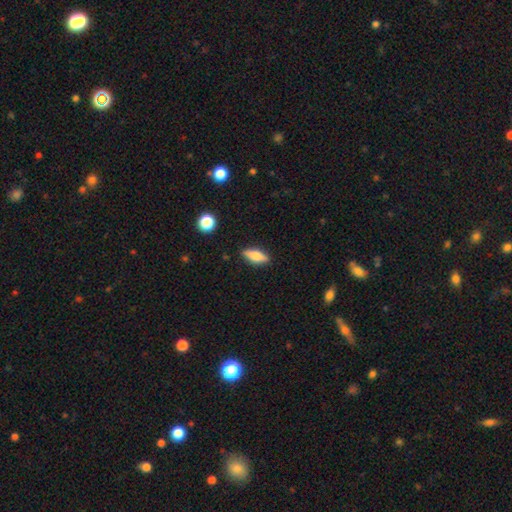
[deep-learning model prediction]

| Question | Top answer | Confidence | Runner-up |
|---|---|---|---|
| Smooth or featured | smooth | 68% | featured or disk (25%) |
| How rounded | in between | 70% | cigar-shaped (26%) |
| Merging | none | 86% | minor disturbance (10%) |